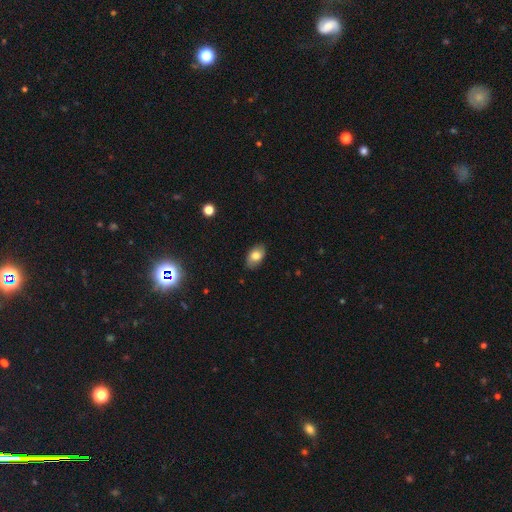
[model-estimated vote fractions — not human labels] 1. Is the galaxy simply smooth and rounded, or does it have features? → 77% smooth, 15% featured or disk, 8% star or artifact.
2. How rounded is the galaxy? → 90% in between, 8% round, 2% cigar-shaped.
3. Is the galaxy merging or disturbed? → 83% none, 14% minor disturbance, 3% major disturbance, 1% merger.